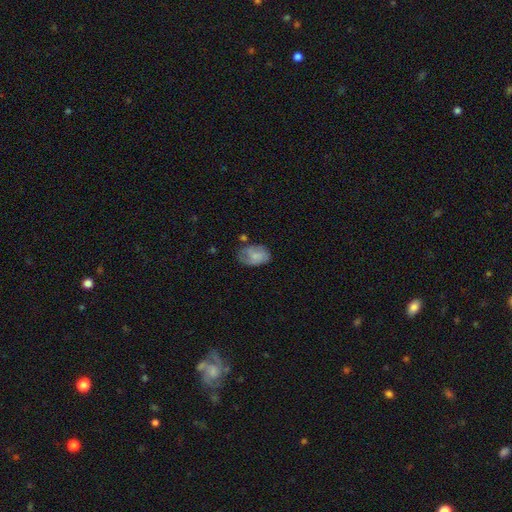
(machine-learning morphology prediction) A smooth galaxy with no disk features (67%) that is in between round and cigar-shaped (85%). Merging: none (47%).